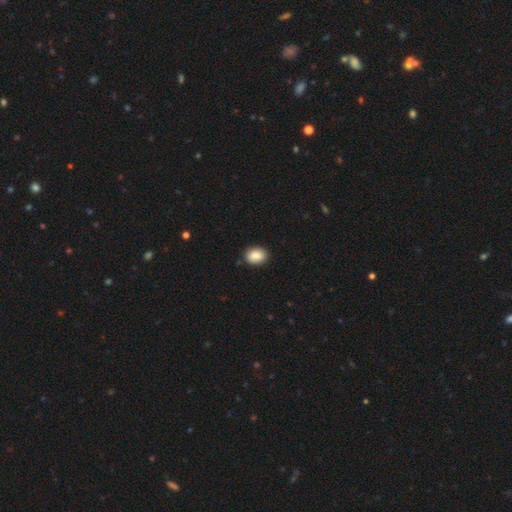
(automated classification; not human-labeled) A smooth galaxy with no disk features (88%) that is in between round and cigar-shaped (58%). Merging: none (88%).